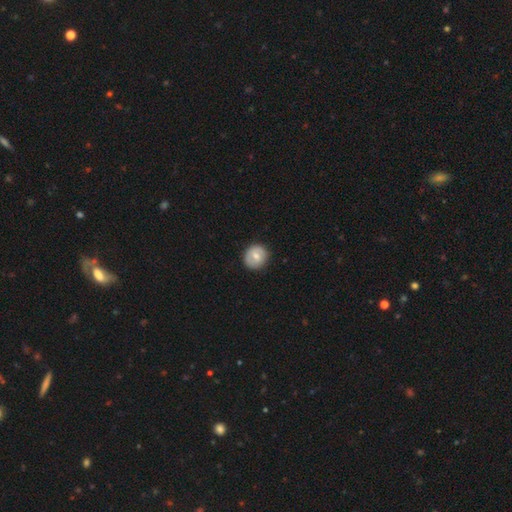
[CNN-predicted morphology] smooth 68%, featured or disk 25%, star or artifact 7%. Down the decision tree: how rounded — round (87%); merging — none (88%).